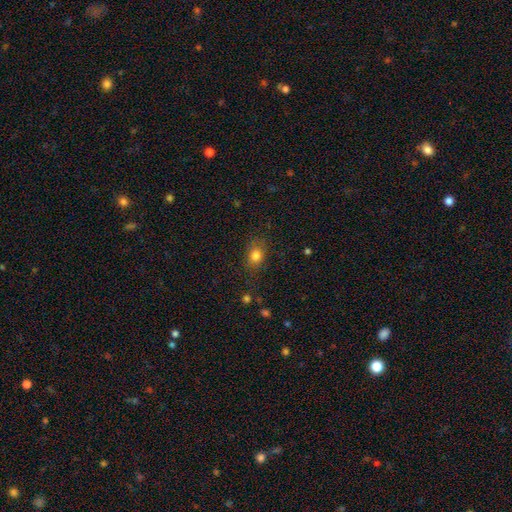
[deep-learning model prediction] smooth 80%, star or artifact 12%, featured or disk 8%. Down the decision tree: how rounded — in between (56%); merging — none (78%).